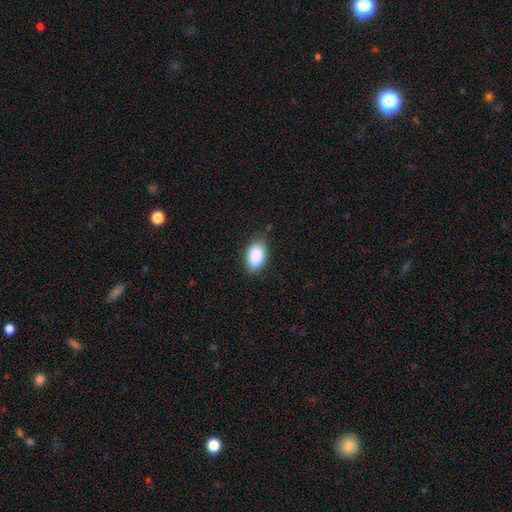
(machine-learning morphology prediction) This is clearly a smooth galaxy (90%). How rounded: clearly in between (94%). Merging: clearly none (81%).